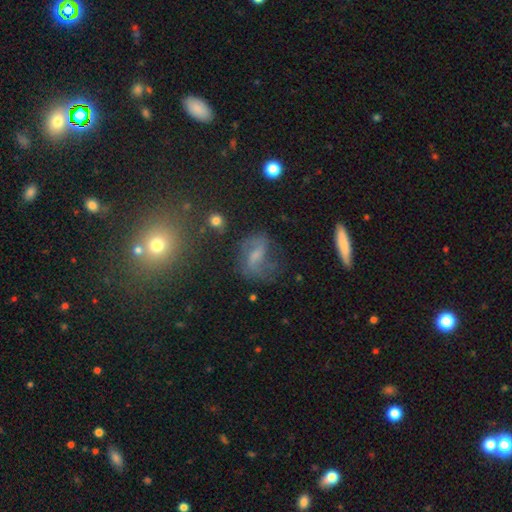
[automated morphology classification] featured or disk 60%, smooth 25%, star or artifact 15%. Down the decision tree: edge-on disk — no (94%); bar — weak (47%); spiral arms — yes (82%); bulge size — small (39%); merging — none (57%).